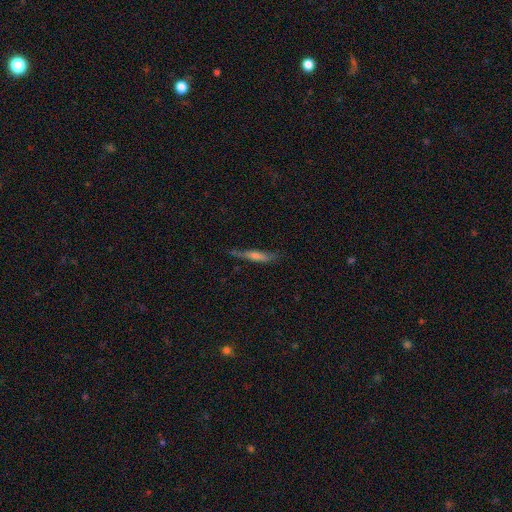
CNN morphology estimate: smooth-or-featured: featured or disk: 48% | smooth: 43% | star or artifact: 9%
  merging: none: 72% | minor disturbance: 20% | major disturbance: 5% | merger: 2%